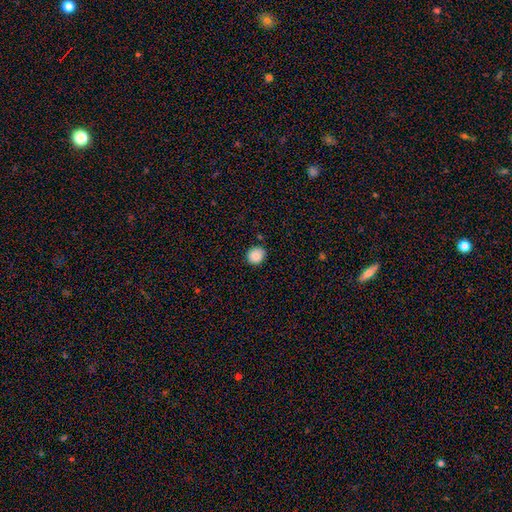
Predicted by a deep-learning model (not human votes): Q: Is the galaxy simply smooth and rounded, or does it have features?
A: smooth — 87%.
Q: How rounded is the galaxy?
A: round — 80%.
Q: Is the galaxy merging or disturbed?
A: none — 85%.